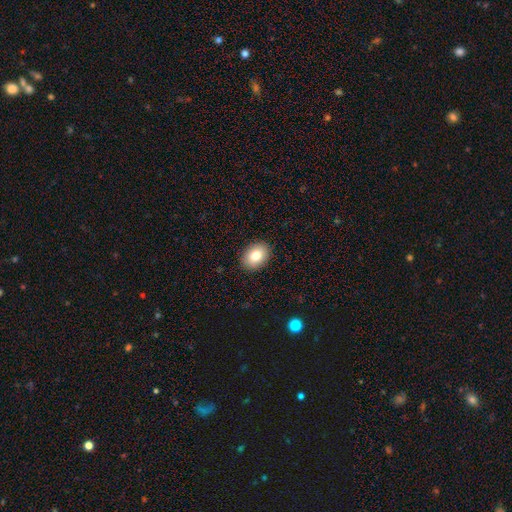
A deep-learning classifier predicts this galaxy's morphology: Smooth or featured? Predicted: smooth (p=0.84). How rounded? Predicted: in between (p=0.80). Merging? Predicted: none (p=0.90).